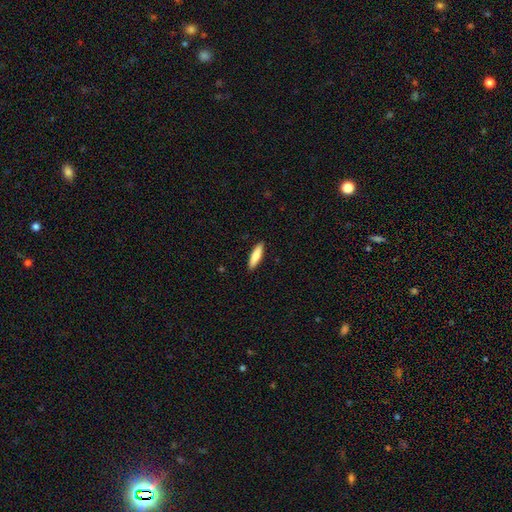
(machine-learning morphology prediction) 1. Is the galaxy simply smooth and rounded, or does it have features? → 80% smooth, 15% featured or disk, 5% star or artifact.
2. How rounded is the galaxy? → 71% cigar-shaped, 28% in between, 2% round.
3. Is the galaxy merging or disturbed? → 91% none, 7% minor disturbance, 1% major disturbance, 1% merger.